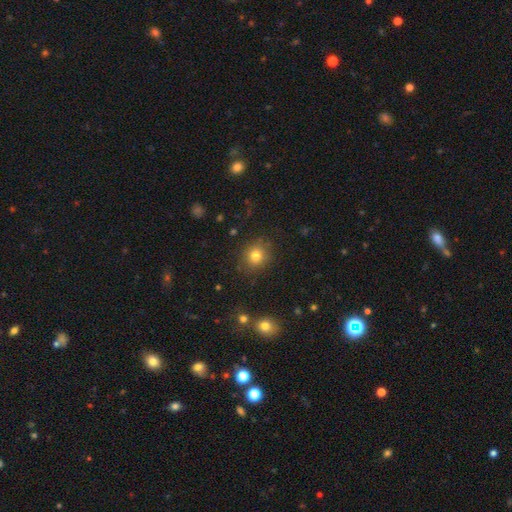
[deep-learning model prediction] Smooth or featured: smooth — 79% (star or artifact — 14%)
How rounded: round — 83% (in between — 16%)
Merging: none — 85% (minor disturbance — 9%)